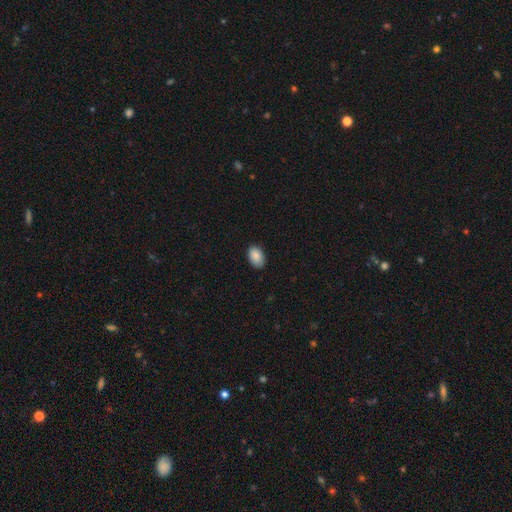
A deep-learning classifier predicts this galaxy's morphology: A smooth galaxy with no disk features (88%) that is in between round and cigar-shaped (89%).

Vote fractions:
- Smooth or featured? smooth: 88% / star or artifact: 7% / featured or disk: 5%
- How rounded? in between: 89% / round: 10% / cigar-shaped: 1%
- Merging? none: 85% / minor disturbance: 12% / major disturbance: 2% / merger: 1%